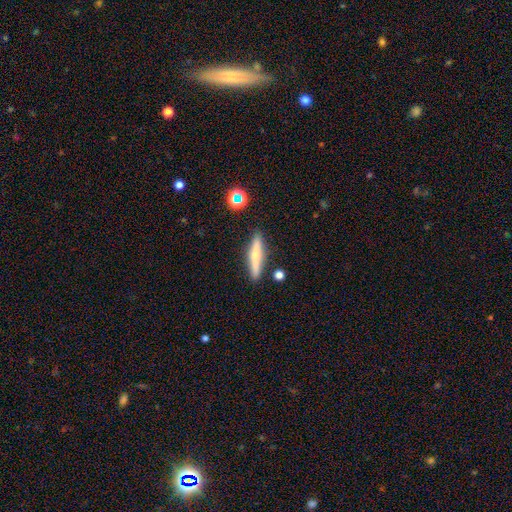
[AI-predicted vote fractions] This is possibly a smooth galaxy (53%). How rounded: clearly cigar-shaped (88%). Merging: clearly none (86%).